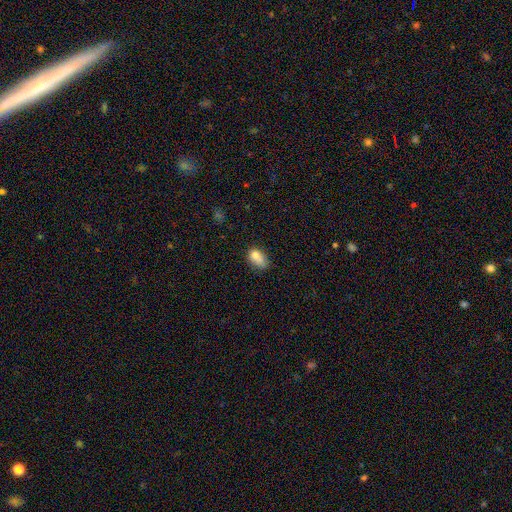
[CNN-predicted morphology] A smooth galaxy with no disk features (78%) that is in between round and cigar-shaped (82%). Merging: none (41%).